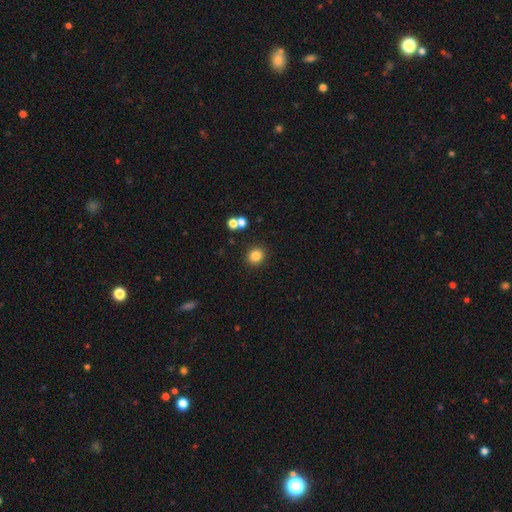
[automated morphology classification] Smooth or featured? smooth (83%)
How rounded? round (83%)
Merging? none (87%)